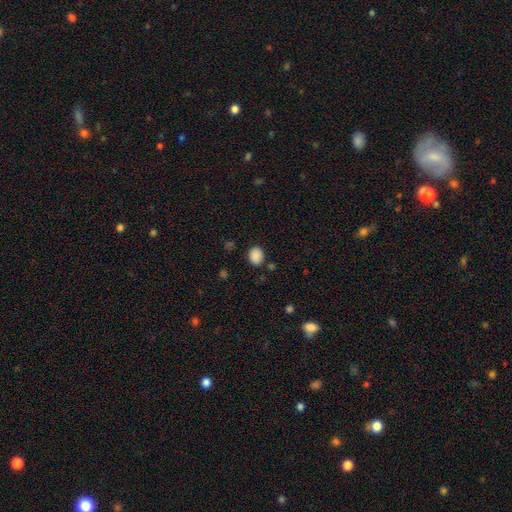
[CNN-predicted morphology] Smooth or featured? smooth (88%)
How rounded? round (54%)
Merging? none (84%)